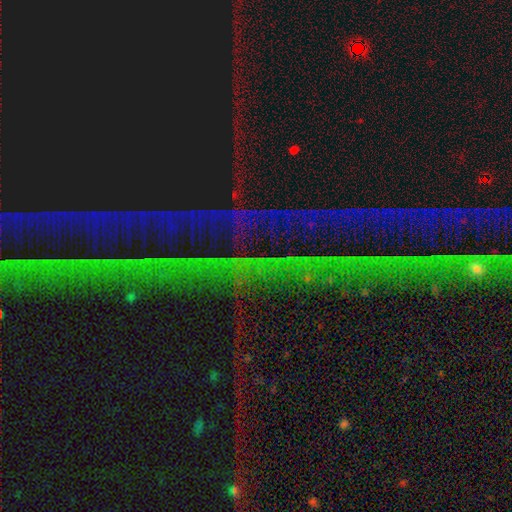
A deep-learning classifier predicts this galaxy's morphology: Smooth or featured? Predicted: star or artifact (p=0.83).